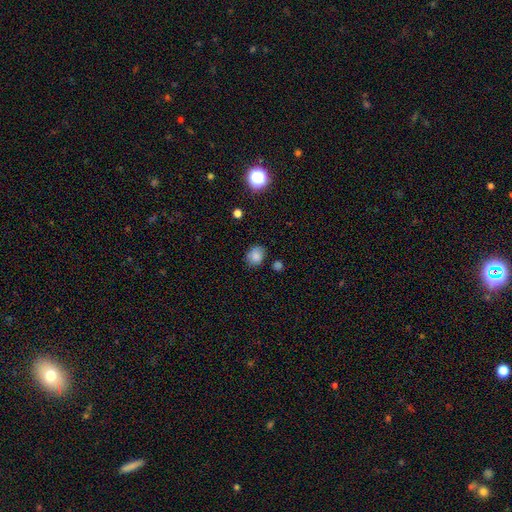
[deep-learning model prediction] Smooth or featured: smooth — 81% (star or artifact — 12%)
How rounded: round — 55% (in between — 44%)
Merging: none — 75% (minor disturbance — 18%)